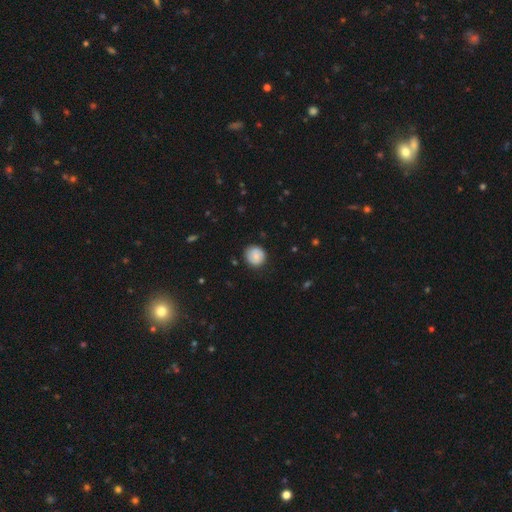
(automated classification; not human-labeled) Smooth or featured? Predicted: smooth (p=0.72). How rounded? Predicted: round (p=0.87). Merging? Predicted: none (p=0.82).